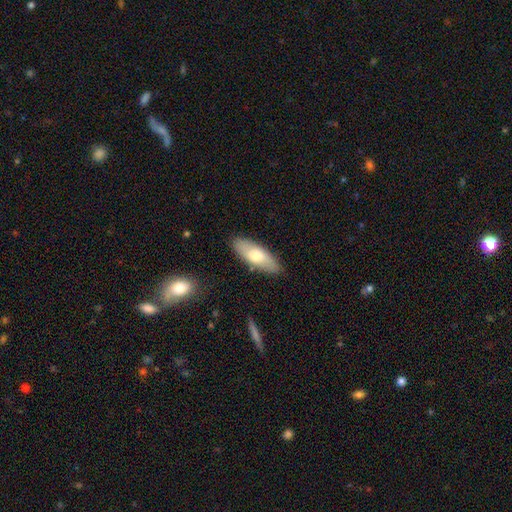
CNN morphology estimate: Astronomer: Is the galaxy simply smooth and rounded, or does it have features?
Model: smooth — 69%.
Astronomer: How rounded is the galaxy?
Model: in between — 71%.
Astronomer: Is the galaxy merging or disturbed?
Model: none — 86%.